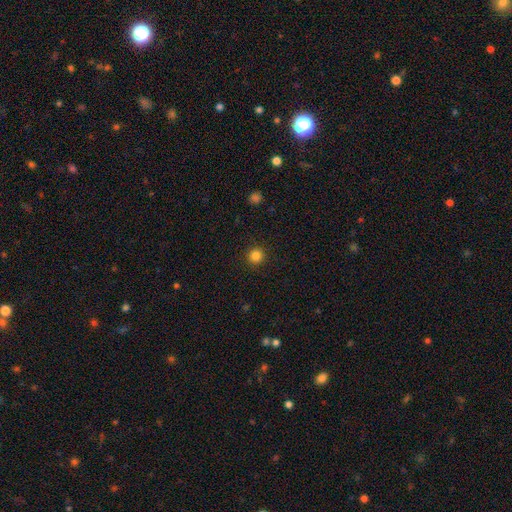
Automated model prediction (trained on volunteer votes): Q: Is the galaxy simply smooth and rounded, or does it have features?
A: smooth — 83%.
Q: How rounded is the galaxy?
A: round — 95%.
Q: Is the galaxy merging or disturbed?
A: none — 92%.